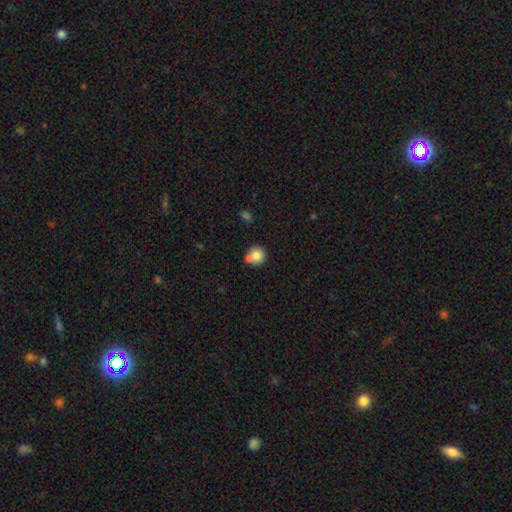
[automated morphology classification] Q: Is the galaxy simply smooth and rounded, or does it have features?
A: smooth — 79%.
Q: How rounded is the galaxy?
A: round — 88%.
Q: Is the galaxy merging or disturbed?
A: none — 52%.